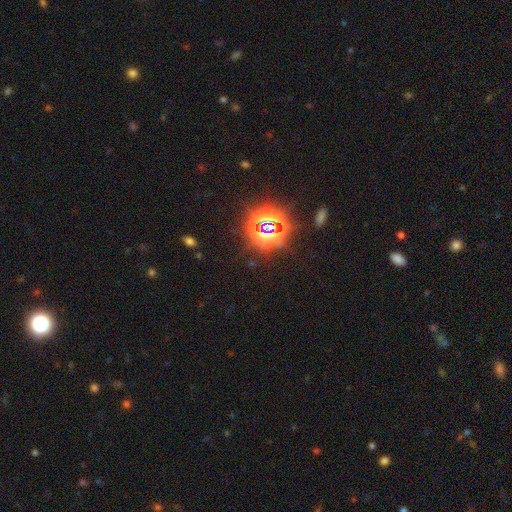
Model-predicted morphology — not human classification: A star or artifact, not a galaxy (85%).

Vote fractions:
- Smooth or featured? star or artifact: 85% / smooth: 10% / featured or disk: 5%